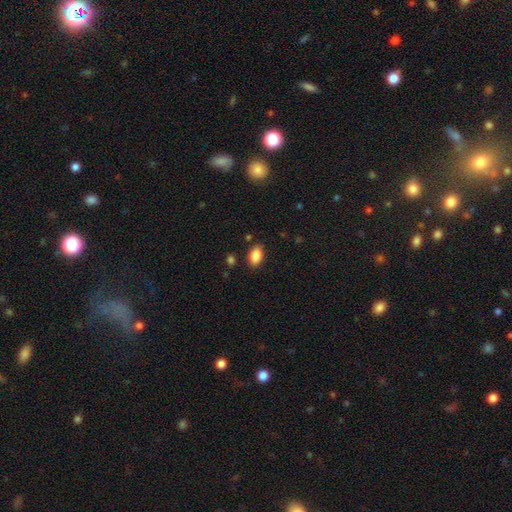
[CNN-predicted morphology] type=smooth (87%); roundness=in between (90%); merging=none (85%).